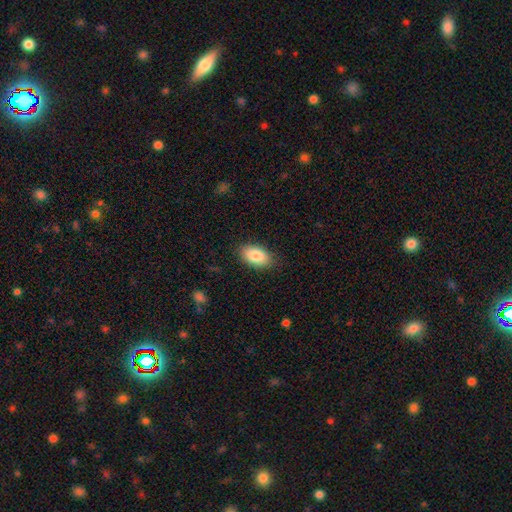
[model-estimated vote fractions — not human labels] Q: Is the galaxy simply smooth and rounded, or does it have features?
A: smooth — 85%.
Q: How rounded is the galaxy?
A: in between — 92%.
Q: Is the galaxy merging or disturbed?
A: none — 86%.